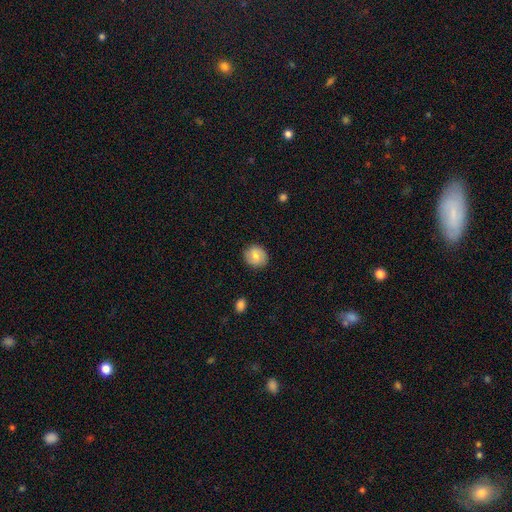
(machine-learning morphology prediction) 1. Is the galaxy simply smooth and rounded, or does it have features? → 74% smooth, 18% featured or disk, 8% star or artifact.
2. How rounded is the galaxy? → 79% round, 20% in between, 1% cigar-shaped.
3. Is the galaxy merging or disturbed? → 86% none, 10% minor disturbance, 3% major disturbance, 1% merger.